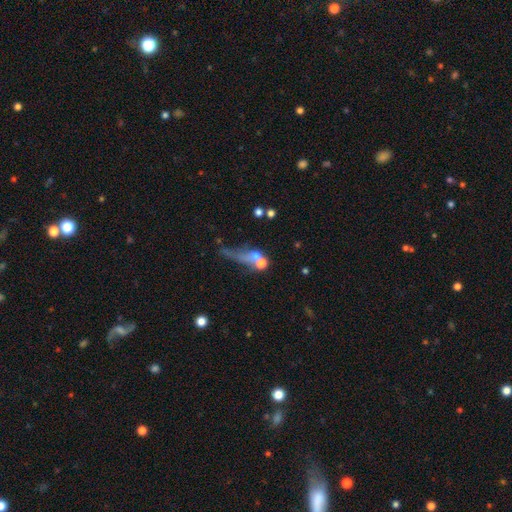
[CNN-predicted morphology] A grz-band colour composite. It shows a smooth galaxy with no disk features (49%). Merging: merger (35%).